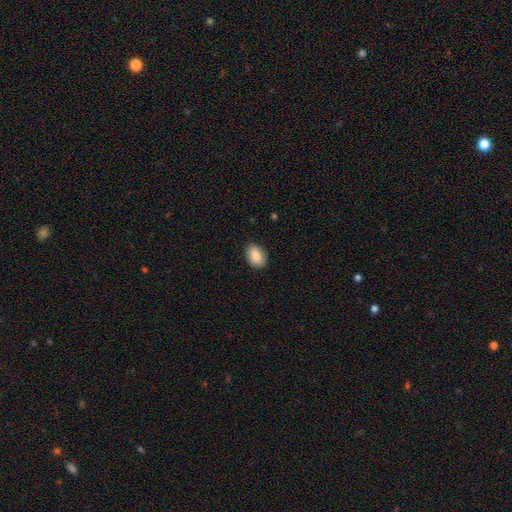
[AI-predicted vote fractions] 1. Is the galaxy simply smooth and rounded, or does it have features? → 87% smooth, 7% star or artifact, 6% featured or disk.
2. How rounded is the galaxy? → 84% in between, 14% round, 1% cigar-shaped.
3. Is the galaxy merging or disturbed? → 87% none, 10% minor disturbance, 2% major disturbance, 1% merger.